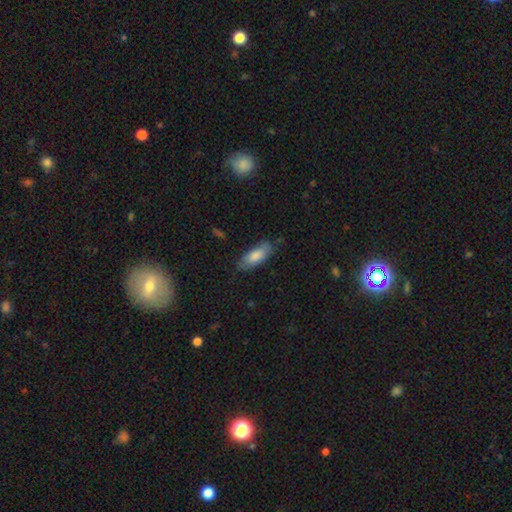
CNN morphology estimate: Smooth or featured? Predicted: smooth (p=0.81). How rounded? Predicted: in between (p=0.76). Merging? Predicted: none (p=0.73).